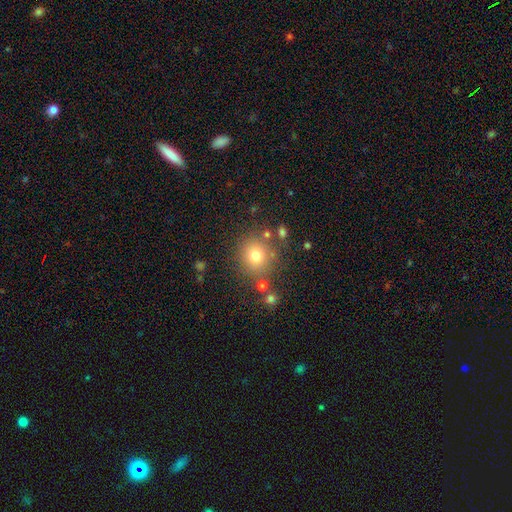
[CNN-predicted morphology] A smooth galaxy with no disk features (75%) that is round (89%). Merging: none (79%).